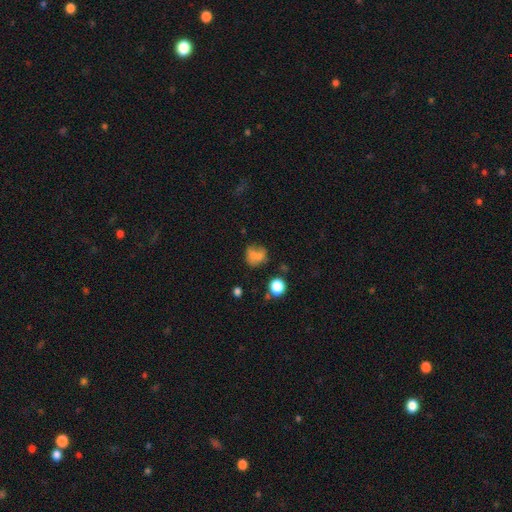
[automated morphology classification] This appears to be a smooth galaxy with no disk features (67%) that is round (69%). Merging: merger (41%).